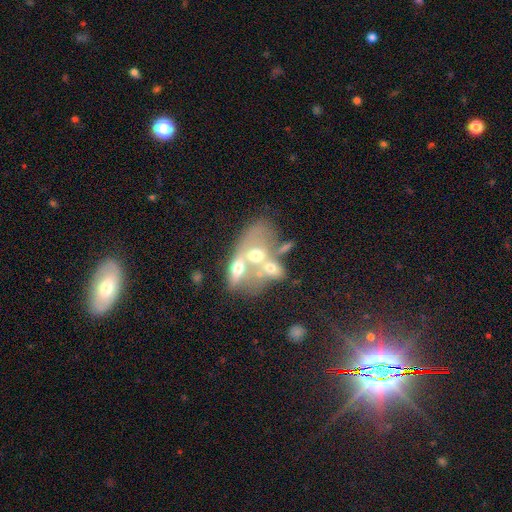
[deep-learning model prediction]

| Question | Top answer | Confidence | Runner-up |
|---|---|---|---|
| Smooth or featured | featured or disk | 51% | smooth (35%) |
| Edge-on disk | no | 93% | yes (7%) |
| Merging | merger | 69% | none (14%) |